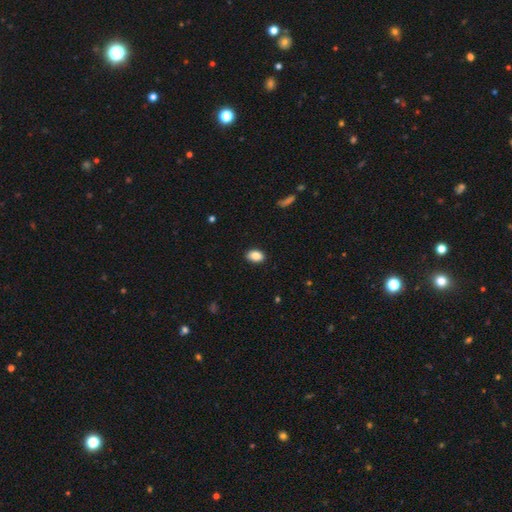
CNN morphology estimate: Smooth or featured? Predicted: smooth (p=0.88). How rounded? Predicted: in between (p=0.86). Merging? Predicted: none (p=0.89).